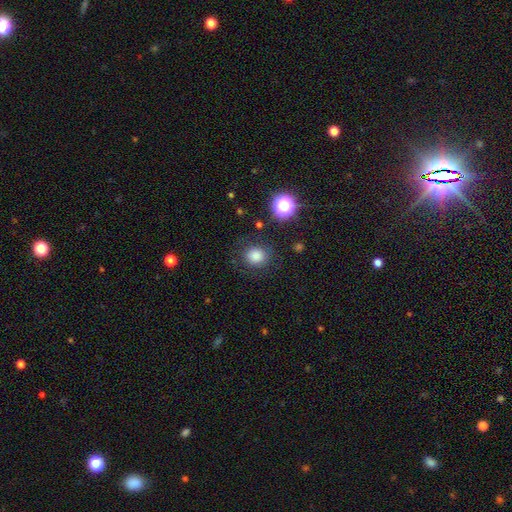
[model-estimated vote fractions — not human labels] This appears to be a smooth galaxy with no disk features (81%) that is round (85%). Merging: none (83%).